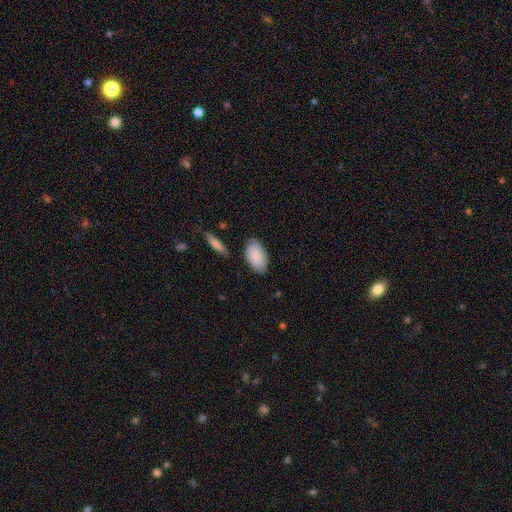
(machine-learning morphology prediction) Overall: smooth (85%). How rounded: in between (94%). Merging: none (80%).